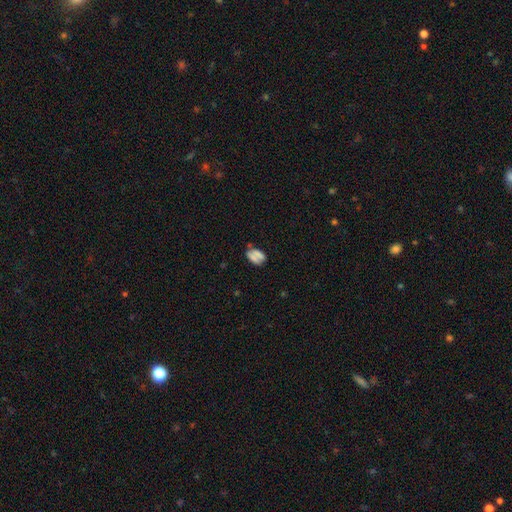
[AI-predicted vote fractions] A smooth galaxy with no disk features (61%) that is in between round and cigar-shaped (85%).

Vote fractions:
- Smooth or featured? smooth: 61% / featured or disk: 24% / star or artifact: 16%
- How rounded? in between: 85% / round: 12% / cigar-shaped: 3%
- Merging? none: 55% / minor disturbance: 25% / major disturbance: 11% / merger: 9%